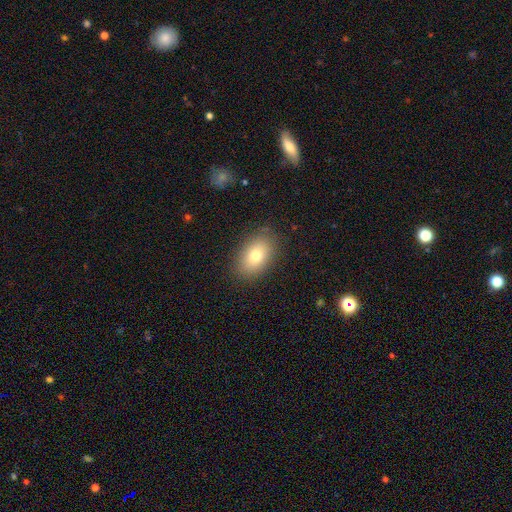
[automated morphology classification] This appears to be a smooth galaxy with no disk features (77%) that is in between round and cigar-shaped (87%). Merging: none (86%).